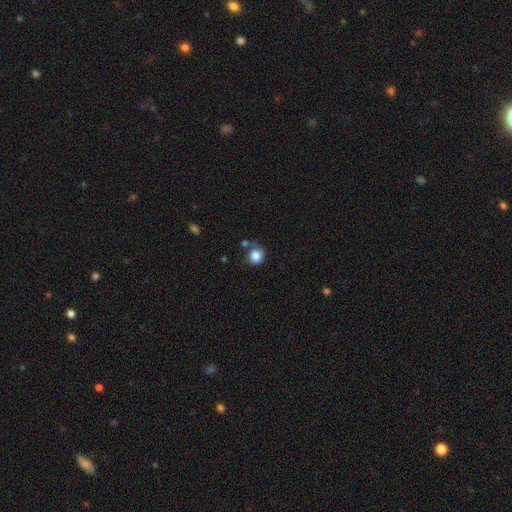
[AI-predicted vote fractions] Morphology: type=smooth (84%); roundness=round (84%); merging=none (56%).